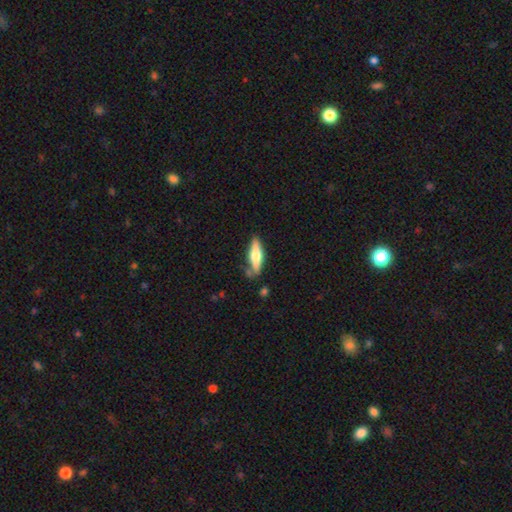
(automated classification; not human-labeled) Smooth or featured? featured or disk (48%)
Merging? none (75%)